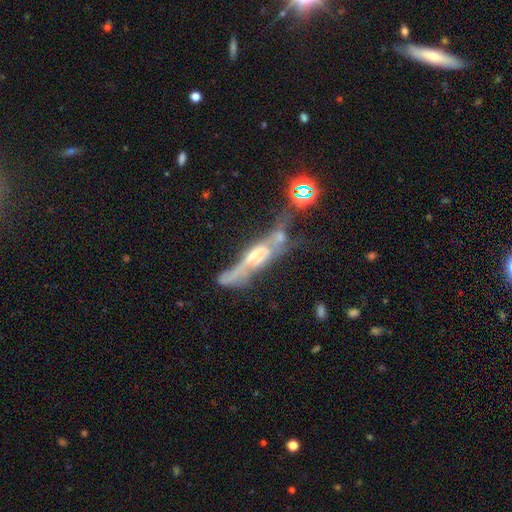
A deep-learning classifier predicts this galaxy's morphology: A featured or disk galaxy (65%) viewed edge-on (62%). Merging: merger (30%).